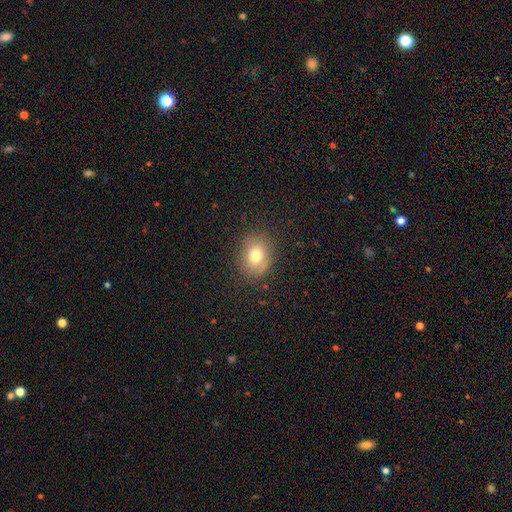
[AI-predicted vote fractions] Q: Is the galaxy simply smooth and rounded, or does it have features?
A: smooth — 74%.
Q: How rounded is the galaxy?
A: round — 55%.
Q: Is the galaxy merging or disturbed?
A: none — 82%.